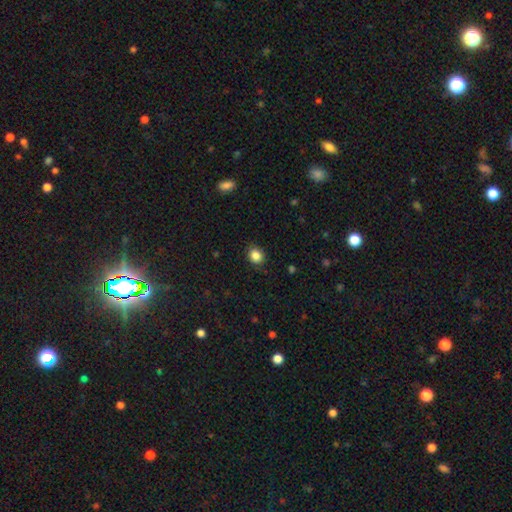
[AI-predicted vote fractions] A smooth galaxy with no disk features (86%) that is round (66%). Merging: none (87%).